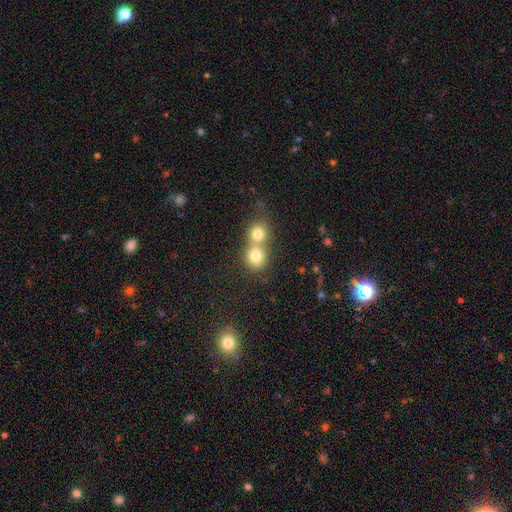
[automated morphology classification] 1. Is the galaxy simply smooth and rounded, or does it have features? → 77% smooth, 11% star or artifact, 11% featured or disk.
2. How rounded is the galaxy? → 78% round, 20% in between, 1% cigar-shaped.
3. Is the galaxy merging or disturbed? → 62% merger, 30% none, 5% minor disturbance, 2% major disturbance.